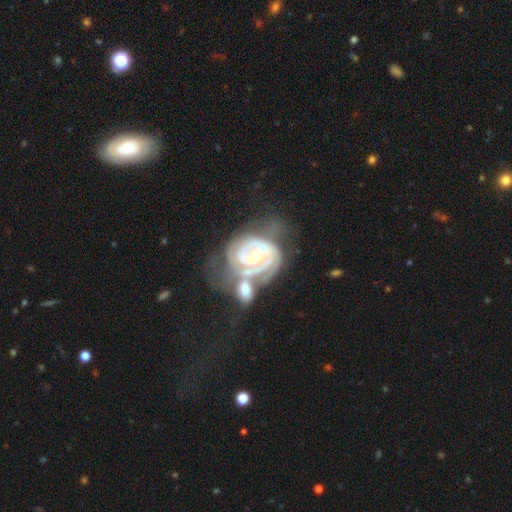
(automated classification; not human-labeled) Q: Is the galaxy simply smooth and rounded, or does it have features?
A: featured or disk — 88%.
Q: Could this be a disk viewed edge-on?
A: no — 97%.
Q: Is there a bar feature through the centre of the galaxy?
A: no — 55%.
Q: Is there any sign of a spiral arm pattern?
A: yes — 93%.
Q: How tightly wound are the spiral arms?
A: tight — 73%.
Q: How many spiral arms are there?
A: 2 — 45%.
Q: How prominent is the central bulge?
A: moderate — 58%.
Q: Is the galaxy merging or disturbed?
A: merger — 42%.